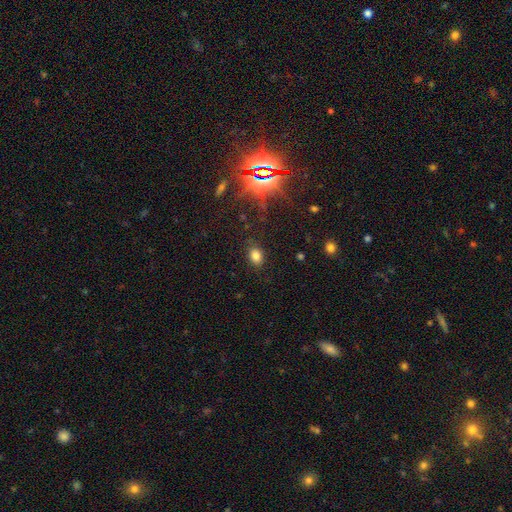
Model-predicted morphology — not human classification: smooth_or_featured: smooth (p=0.79) [alt: star or artifact p=0.15]
how_rounded: in between (p=0.72) [alt: round p=0.27]
merging: none (p=0.83) [alt: minor disturbance p=0.12]